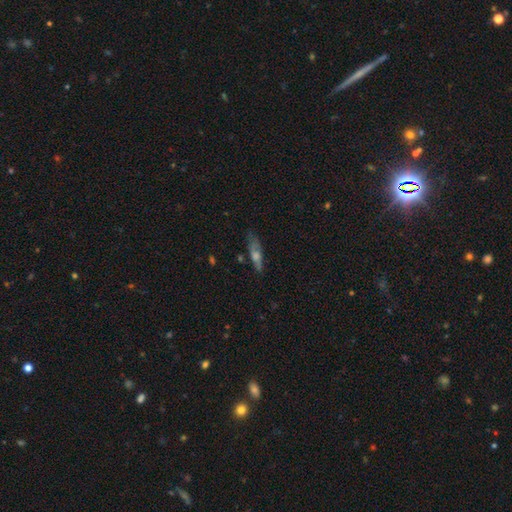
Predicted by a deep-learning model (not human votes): This appears to be a featured or disk galaxy (45%). Merging: none (65%).